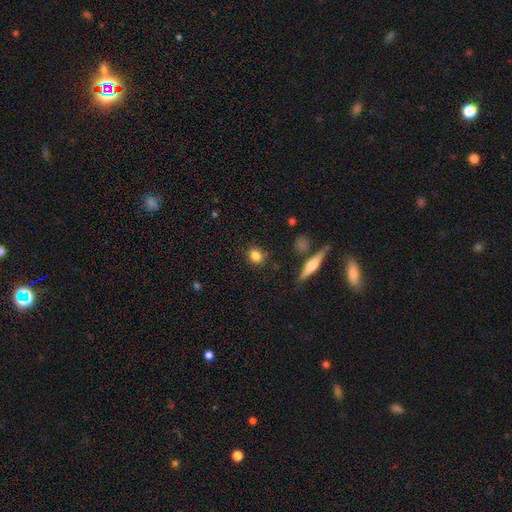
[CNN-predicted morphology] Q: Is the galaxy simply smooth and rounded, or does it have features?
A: smooth — 82%.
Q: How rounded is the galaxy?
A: in between — 53%.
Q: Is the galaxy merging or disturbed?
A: none — 83%.